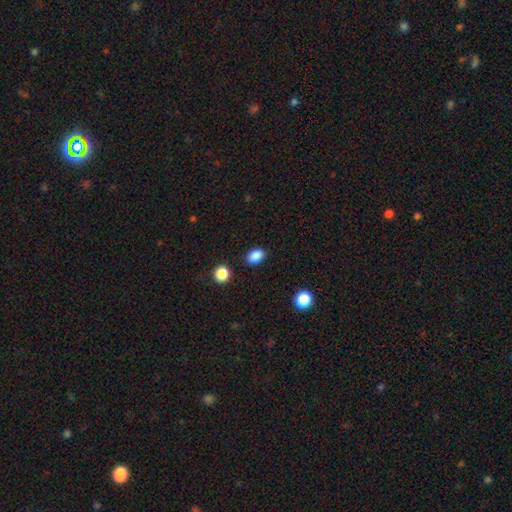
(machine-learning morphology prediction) Smooth or featured?
  - smooth: 87% *
  - star or artifact: 10%
  - featured or disk: 3%
How rounded?
  - in between: 78% *
  - round: 21%
  - cigar-shaped: 1%
Merging?
  - none: 85% *
  - minor disturbance: 10%
  - major disturbance: 3%
  - merger: 2%